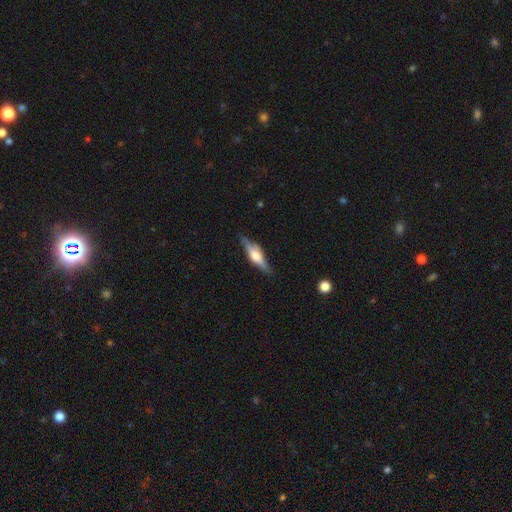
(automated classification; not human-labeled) smooth-or-featured: featured or disk: 71% | smooth: 23% | star or artifact: 6%
  disk-edge-on: yes: 96% | no: 4%
    edge-on-bulge: rounded: 84% | boxy: 13% | none: 2%
  merging: none: 83% | minor disturbance: 12% | major disturbance: 3% | merger: 1%